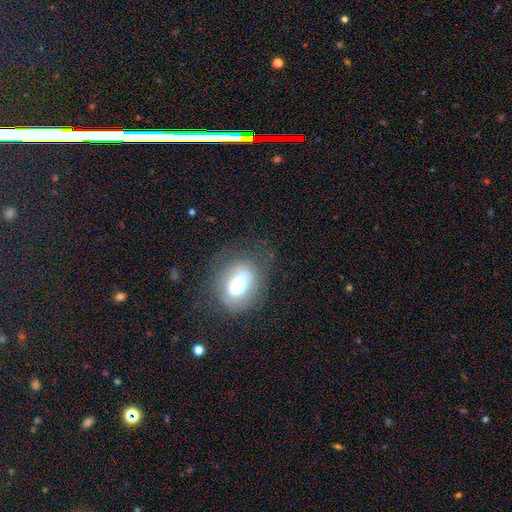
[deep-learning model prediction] A smooth galaxy with no disk features (43%). Merging: none (75%).